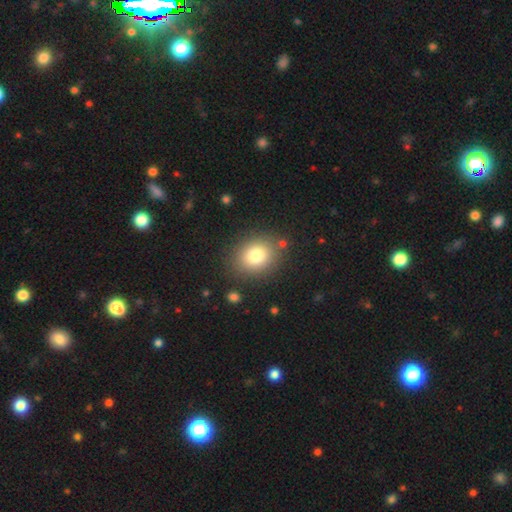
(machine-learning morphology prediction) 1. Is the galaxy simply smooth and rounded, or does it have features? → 79% smooth, 11% star or artifact, 9% featured or disk.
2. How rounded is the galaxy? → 58% round, 41% in between, 1% cigar-shaped.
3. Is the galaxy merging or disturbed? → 84% none, 10% minor disturbance, 3% major disturbance, 3% merger.